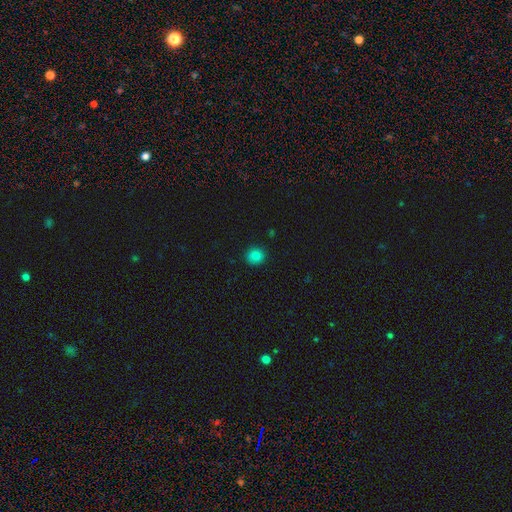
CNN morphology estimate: This is clearly a smooth galaxy (82%). How rounded: clearly round (86%). Merging: clearly none (89%).